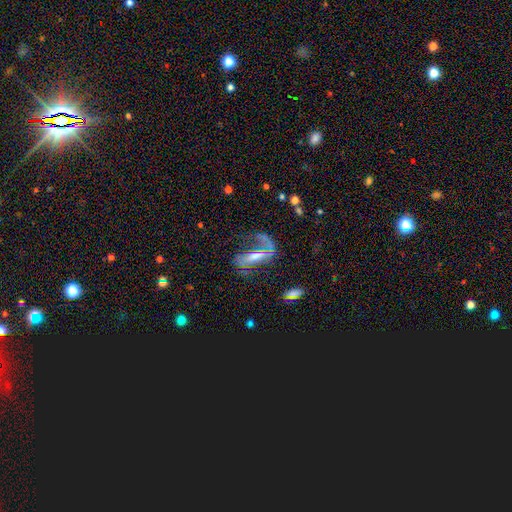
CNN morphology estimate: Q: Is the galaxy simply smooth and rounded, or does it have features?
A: featured or disk — 71%.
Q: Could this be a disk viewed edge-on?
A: no — 87%.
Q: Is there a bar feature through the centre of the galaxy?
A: weak — 38%.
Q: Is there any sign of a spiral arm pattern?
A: yes — 79%.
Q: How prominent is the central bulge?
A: moderate — 42%.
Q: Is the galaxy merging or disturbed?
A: major disturbance — 43%.